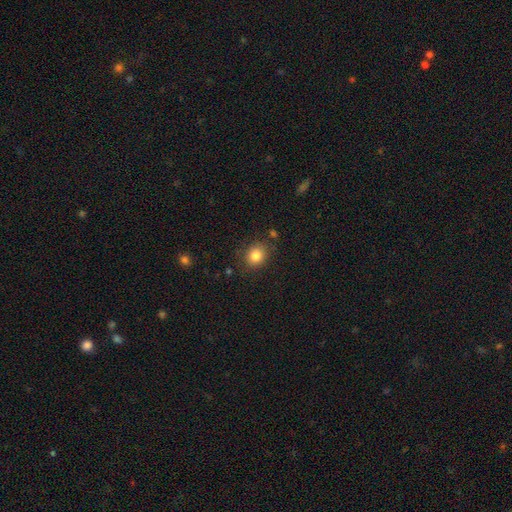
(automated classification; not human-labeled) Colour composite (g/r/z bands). It shows a smooth galaxy with no disk features (84%) that is round (69%). Merging: none (83%).